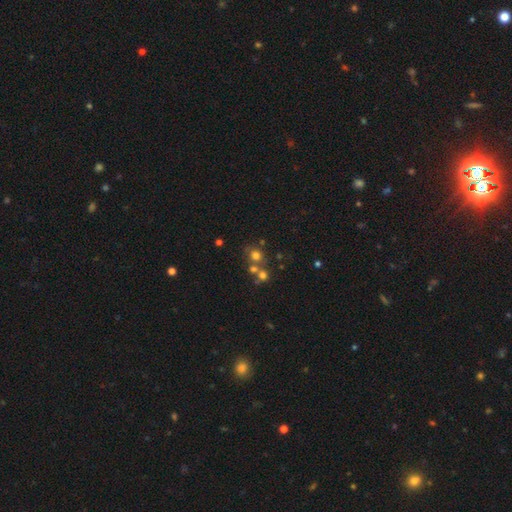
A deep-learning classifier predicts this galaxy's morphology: This appears to be a smooth galaxy with no disk features (65%) that is round (83%). Merging: none (51%).